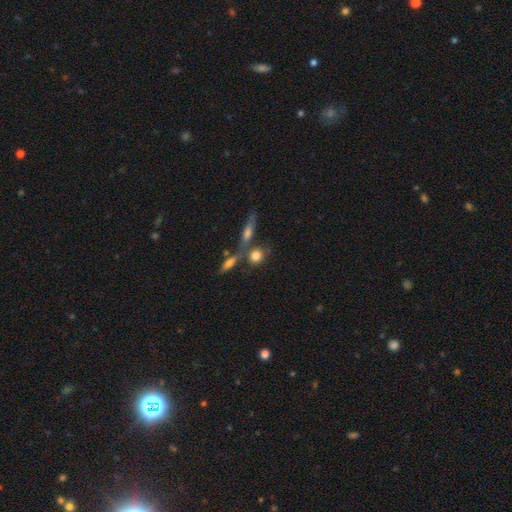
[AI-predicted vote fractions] This appears to be a smooth galaxy with no disk features (77%) that is round (66%). Merging: none (54%).